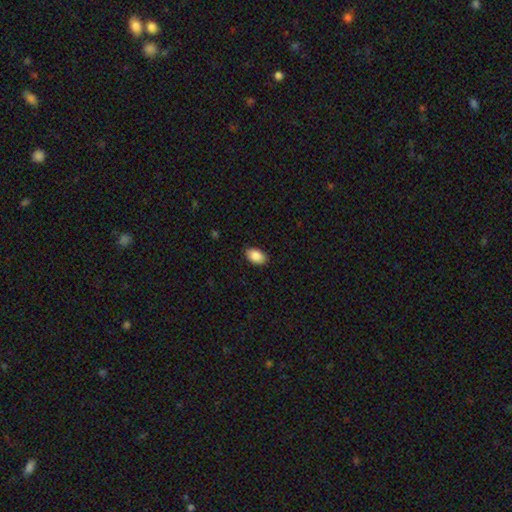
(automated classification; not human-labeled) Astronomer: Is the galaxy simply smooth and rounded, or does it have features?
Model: smooth — 89%.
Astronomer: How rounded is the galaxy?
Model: in between — 91%.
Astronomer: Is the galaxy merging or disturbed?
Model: none — 88%.